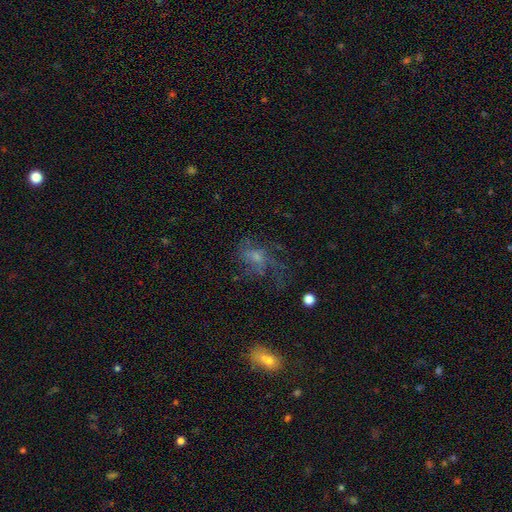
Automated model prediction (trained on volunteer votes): smooth-or-featured: featured or disk: 51% | smooth: 28% | star or artifact: 21%
  disk-edge-on: no: 96% | yes: 4%
  merging: none: 46% | major disturbance: 32% | minor disturbance: 19% | merger: 3%